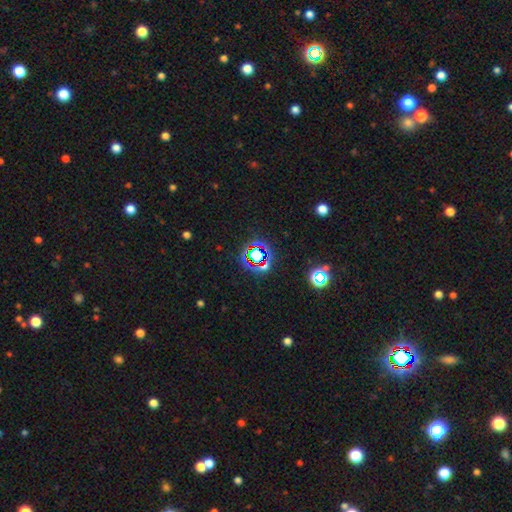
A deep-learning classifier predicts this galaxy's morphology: Overall: star or artifact (72%).